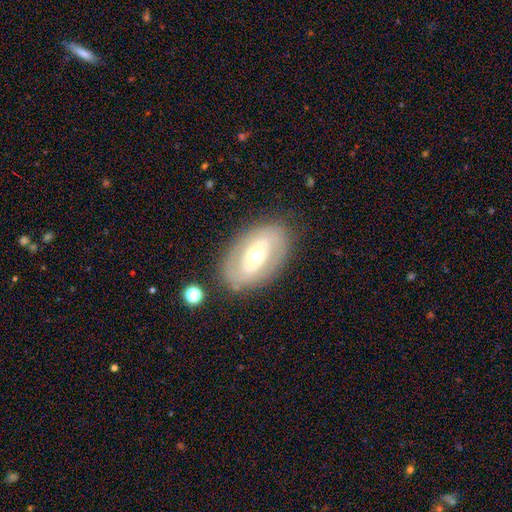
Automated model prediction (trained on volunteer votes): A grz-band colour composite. It shows a featured or disk galaxy (66%) with a weak bar (37%), no spiral arms (51%) and a moderate central bulge (70%). Merging: none (80%).